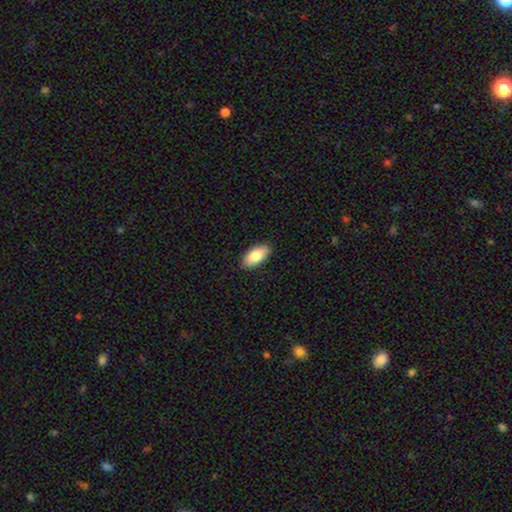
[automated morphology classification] Overall: smooth (83%). How rounded: in between (94%). Merging: none (88%).